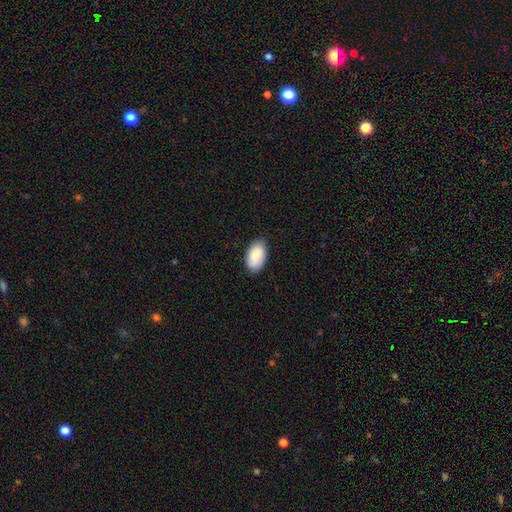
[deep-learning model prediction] Smooth or featured? smooth (88%)
How rounded? in between (95%)
Merging? none (81%)